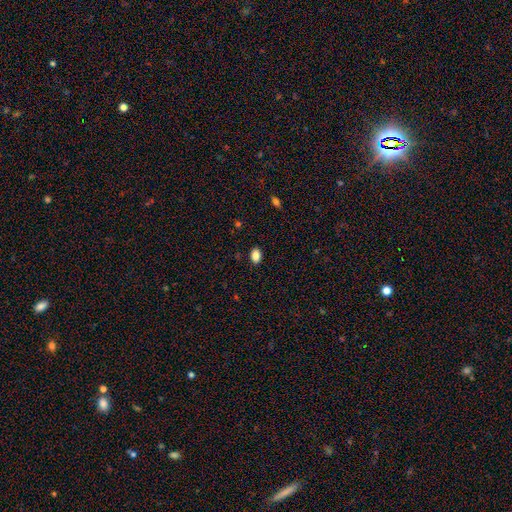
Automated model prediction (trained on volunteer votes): Smooth or featured: smooth — 87% (star or artifact — 9%)
How rounded: in between — 85% (round — 14%)
Merging: none — 88% (minor disturbance — 8%)